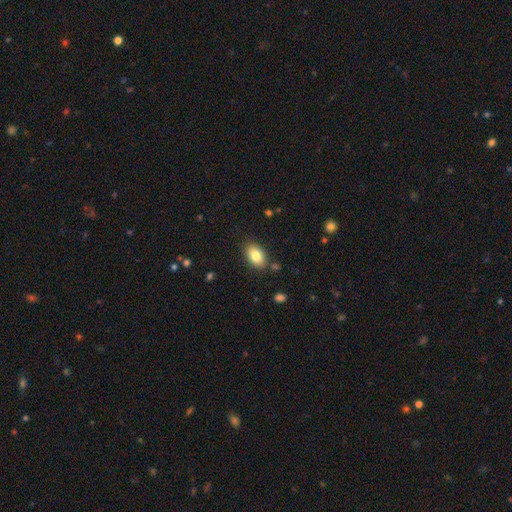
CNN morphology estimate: Smooth or featured: smooth — 83% (featured or disk — 10%)
How rounded: in between — 91% (round — 7%)
Merging: none — 83% (minor disturbance — 11%)